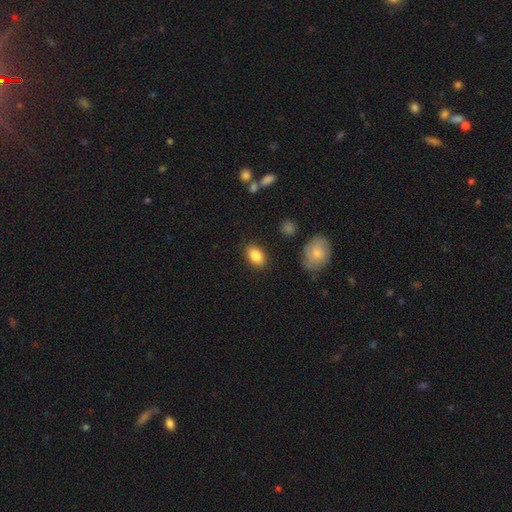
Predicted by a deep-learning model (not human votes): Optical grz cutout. It shows a smooth galaxy with no disk features (85%) that is in between round and cigar-shaped (86%). Merging: none (87%).